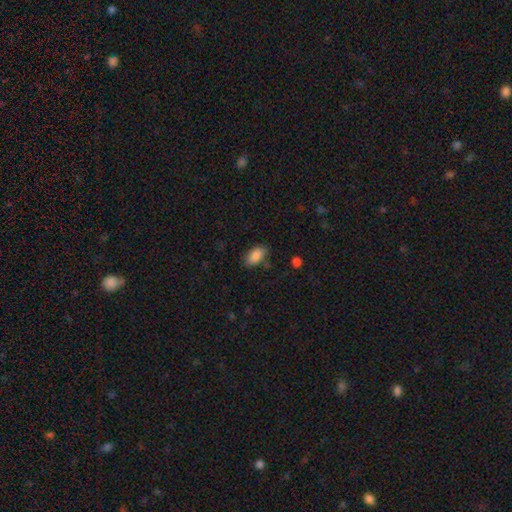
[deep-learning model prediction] Q: Smooth or featured?
A: smooth (88%); runner-up: star or artifact (7%)
Q: How rounded?
A: in between (92%); runner-up: cigar-shaped (4%)
Q: Merging?
A: none (81%); runner-up: minor disturbance (13%)